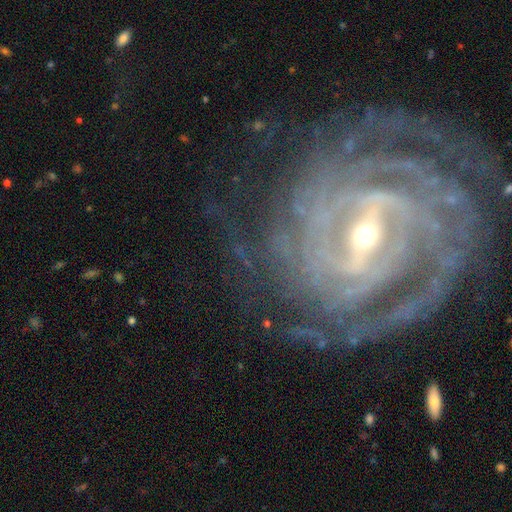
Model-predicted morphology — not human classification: Smooth or featured? Predicted: featured or disk (p=0.91). Edge-on disk? Predicted: no (p=0.96). Bar? Predicted: strong (p=0.61). Spiral arms? Predicted: yes (p=0.97). Spiral winding? Predicted: tight (p=0.75). Spiral arm count? Predicted: can't tell (p=0.23). Bulge size? Predicted: small (p=0.65). Merging? Predicted: none (p=0.73).